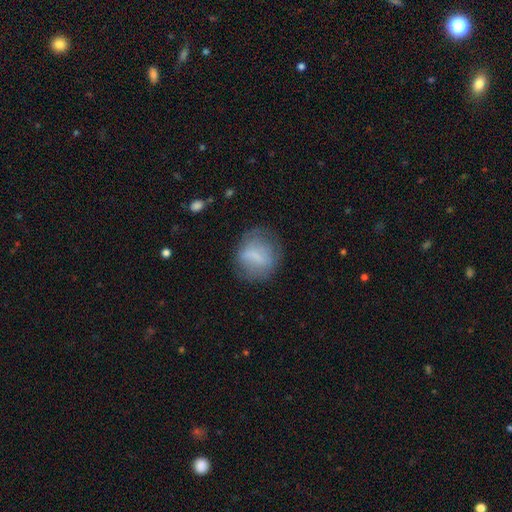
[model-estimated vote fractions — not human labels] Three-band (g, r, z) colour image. It shows a smooth galaxy with no disk features (63%) that is round (63%). Merging: none (62%).